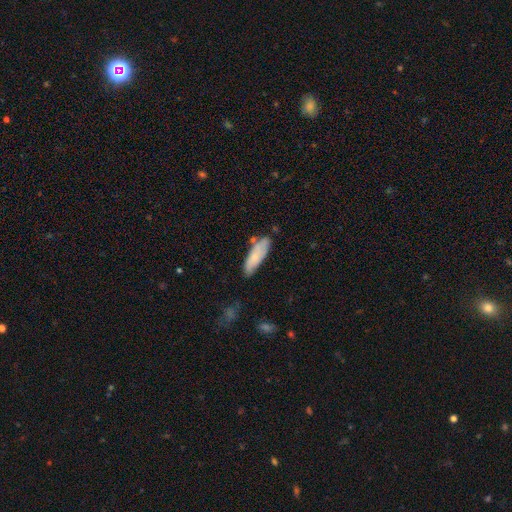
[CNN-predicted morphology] A smooth galaxy with no disk features (72%) that is in between round and cigar-shaped (53%).

Vote fractions:
- Smooth or featured? smooth: 72% / featured or disk: 22% / star or artifact: 6%
- How rounded? in between: 53% / cigar-shaped: 45% / round: 2%
- Merging? none: 68% / minor disturbance: 22% / merger: 6% / major disturbance: 4%